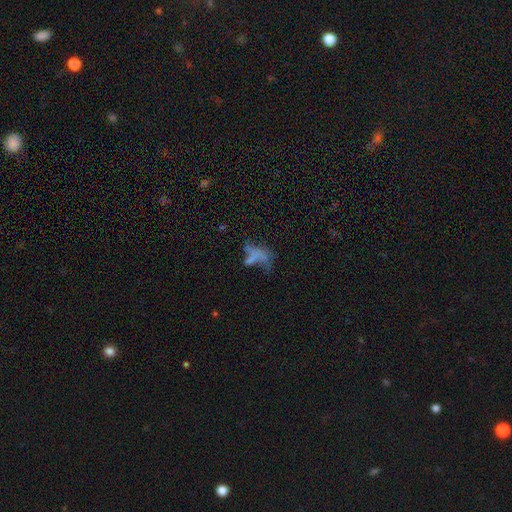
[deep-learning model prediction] This is possibly a smooth galaxy (48%). Merging: marginally major disturbance (33%).